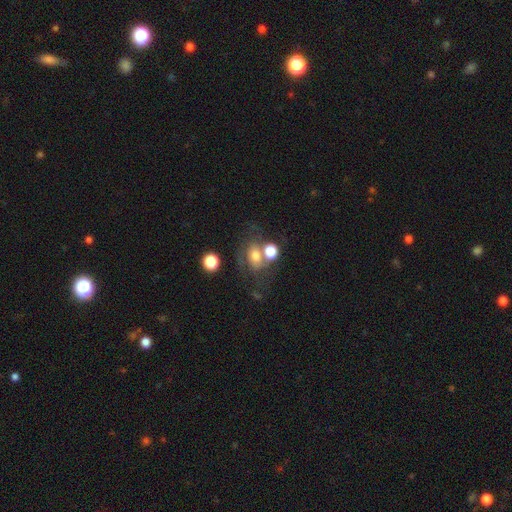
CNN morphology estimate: Smooth or featured: smooth — 55% (featured or disk — 31%)
How rounded: in between — 51% (round — 47%)
Merging: none — 36% (merger — 34%)